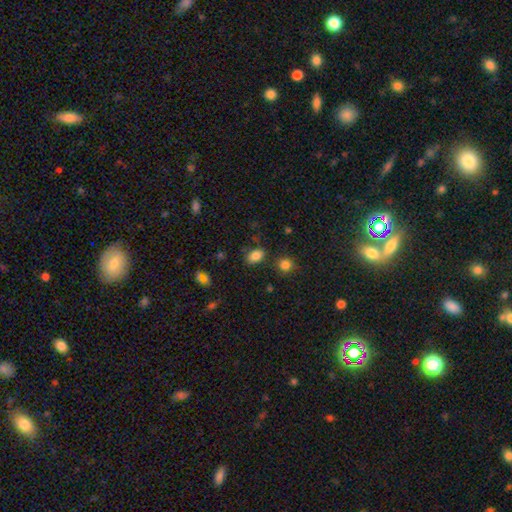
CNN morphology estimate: smooth-or-featured: smooth: 84% | star or artifact: 11% | featured or disk: 5%
  how-rounded: in between: 82% | round: 17% | cigar-shaped: 1%
  merging: none: 78% | minor disturbance: 14% | merger: 5% | major disturbance: 4%